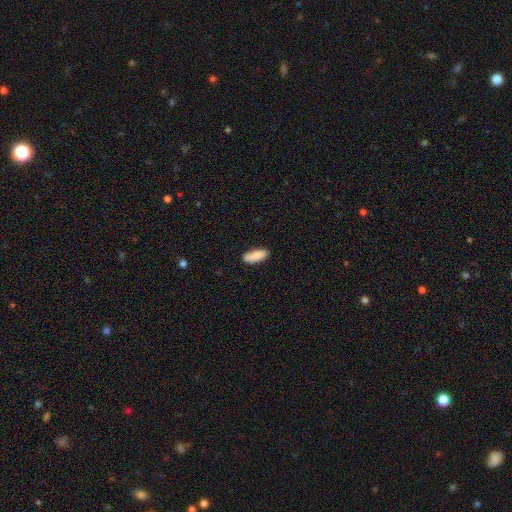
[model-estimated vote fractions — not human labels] Smooth or featured?
  - smooth: 84% *
  - featured or disk: 9%
  - star or artifact: 6%
How rounded?
  - in between: 74% *
  - cigar-shaped: 24%
  - round: 2%
Merging?
  - none: 76% *
  - minor disturbance: 17%
  - merger: 3%
  - major disturbance: 3%